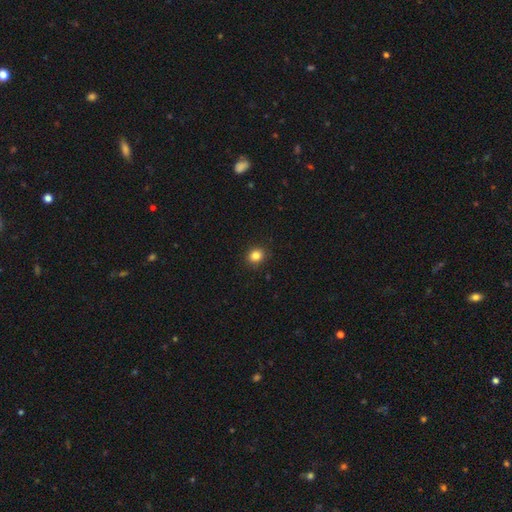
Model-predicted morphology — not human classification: Overall: smooth (84%). How rounded: round (70%). Merging: none (90%).